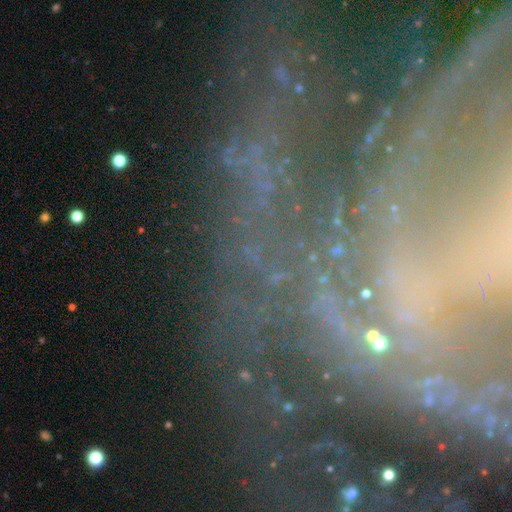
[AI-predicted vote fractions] Smooth or featured: featured or disk — 61% (star or artifact — 26%)
Edge-on disk: no — 90% (yes — 10%)
Bar: no — 43% (strong — 29%)
Spiral arms: yes — 81% (no — 19%)
Bulge size: small — 52% (moderate — 25%)
Merging: none — 66% (minor disturbance — 16%)